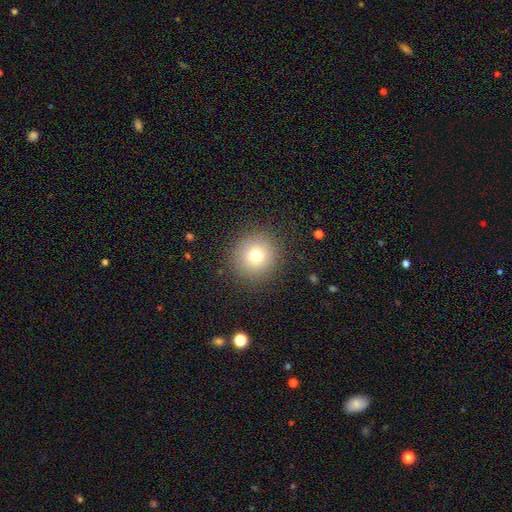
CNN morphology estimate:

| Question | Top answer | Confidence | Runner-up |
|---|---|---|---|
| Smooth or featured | smooth | 74% | star or artifact (14%) |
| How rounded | round | 93% | in between (6%) |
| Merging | none | 89% | minor disturbance (7%) |